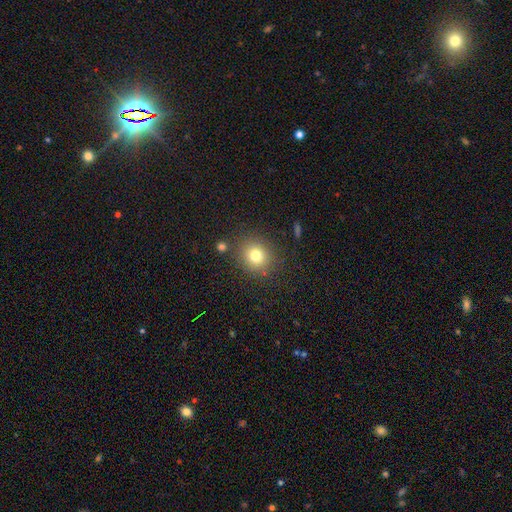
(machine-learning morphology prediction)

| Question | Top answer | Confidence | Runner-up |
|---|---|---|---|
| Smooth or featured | smooth | 77% | star or artifact (14%) |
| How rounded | round | 82% | in between (17%) |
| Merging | none | 83% | minor disturbance (9%) |